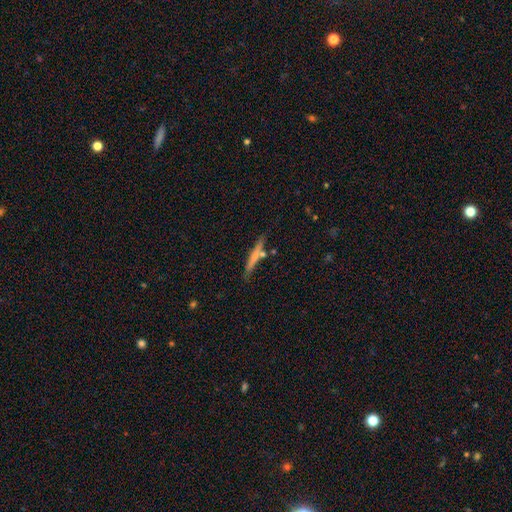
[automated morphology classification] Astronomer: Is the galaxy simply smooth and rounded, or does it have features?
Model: smooth — 58% (runner-up: featured or disk, 36%).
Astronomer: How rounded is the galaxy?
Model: cigar-shaped — 93%.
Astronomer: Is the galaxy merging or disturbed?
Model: none — 74%.